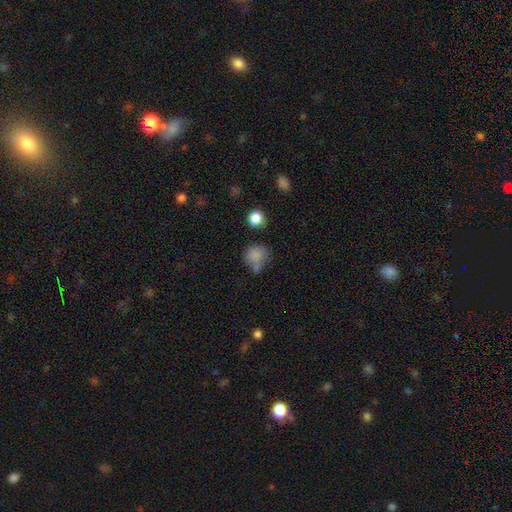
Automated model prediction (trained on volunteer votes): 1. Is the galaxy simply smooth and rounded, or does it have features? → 77% smooth, 13% star or artifact, 10% featured or disk.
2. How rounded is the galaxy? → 71% round, 28% in between, 1% cigar-shaped.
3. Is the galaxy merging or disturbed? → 45% none, 22% merger, 21% minor disturbance, 12% major disturbance.